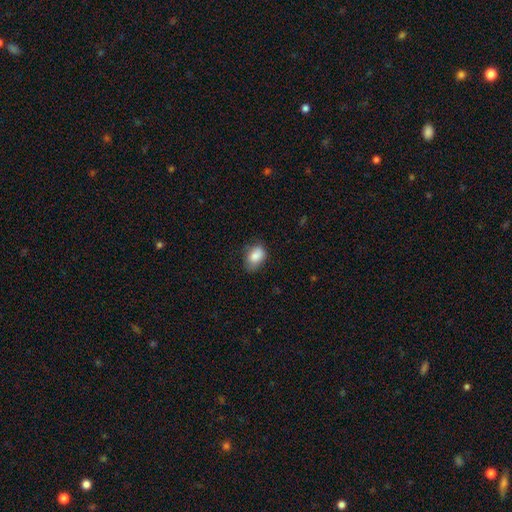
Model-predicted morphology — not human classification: Smooth or featured? smooth (86%)
How rounded? in between (84%)
Merging? none (65%)